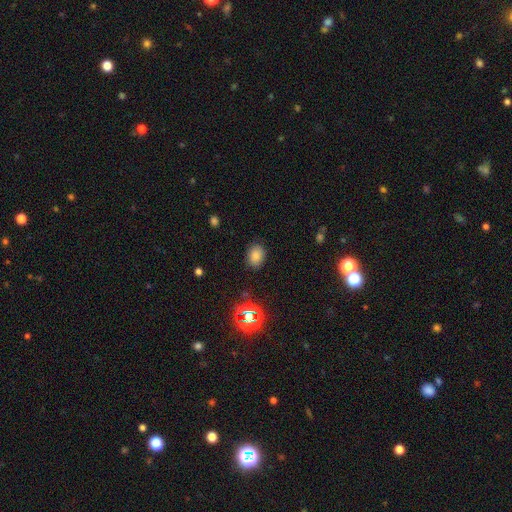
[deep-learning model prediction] Smooth or featured? Predicted: smooth (p=0.78). How rounded? Predicted: in between (p=0.67). Merging? Predicted: none (p=0.85).